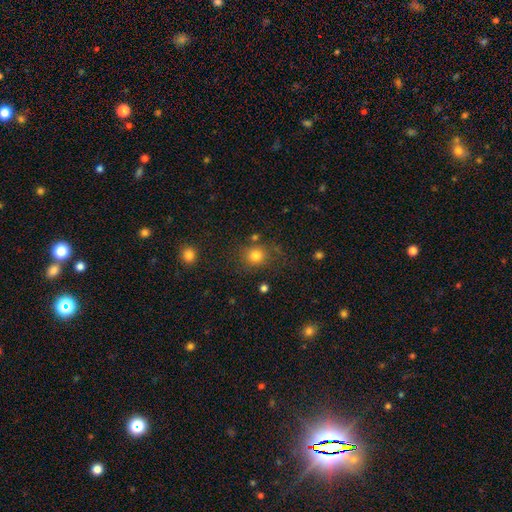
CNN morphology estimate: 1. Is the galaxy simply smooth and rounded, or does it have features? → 81% smooth, 13% star or artifact, 7% featured or disk.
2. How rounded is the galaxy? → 81% round, 18% in between, 1% cigar-shaped.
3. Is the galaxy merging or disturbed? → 75% none, 13% minor disturbance, 6% major disturbance, 6% merger.